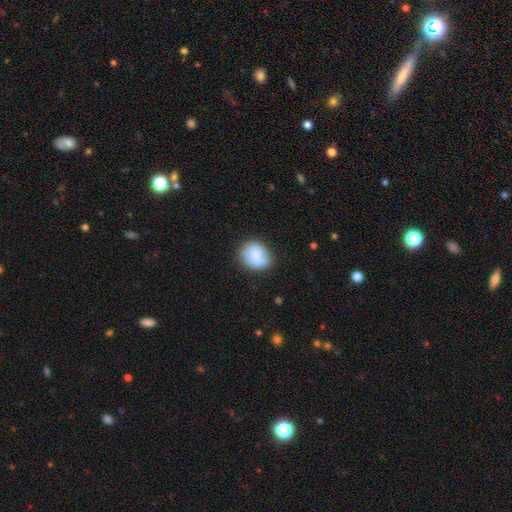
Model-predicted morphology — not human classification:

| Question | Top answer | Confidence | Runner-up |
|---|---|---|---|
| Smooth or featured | smooth | 73% | featured or disk (19%) |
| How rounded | round | 63% | in between (35%) |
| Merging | none | 71% | minor disturbance (21%) |